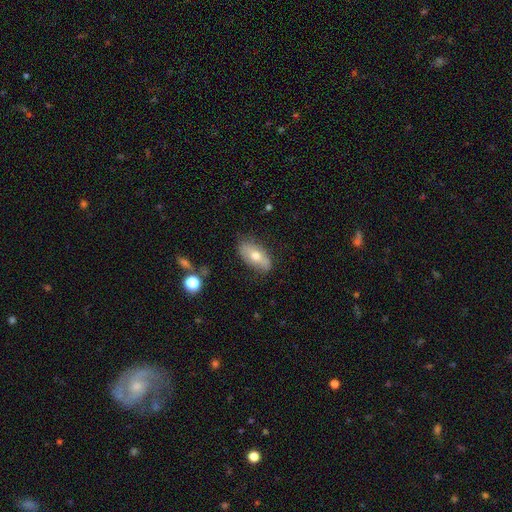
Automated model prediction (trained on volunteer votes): A smooth galaxy with no disk features (60%) that is in between round and cigar-shaped (88%). Merging: none (77%).